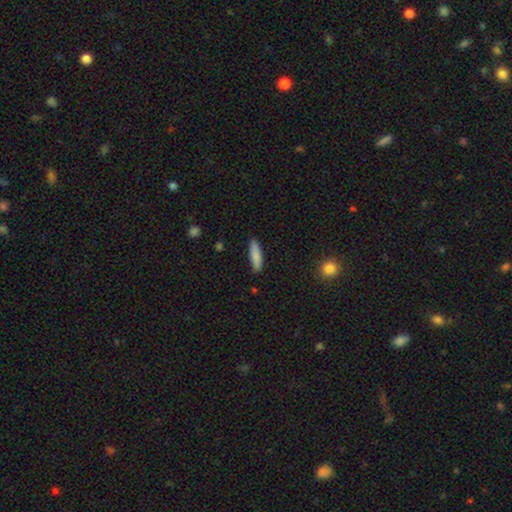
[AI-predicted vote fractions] This is clearly a smooth galaxy (85%). How rounded: likely cigar-shaped (74%). Merging: clearly none (87%).